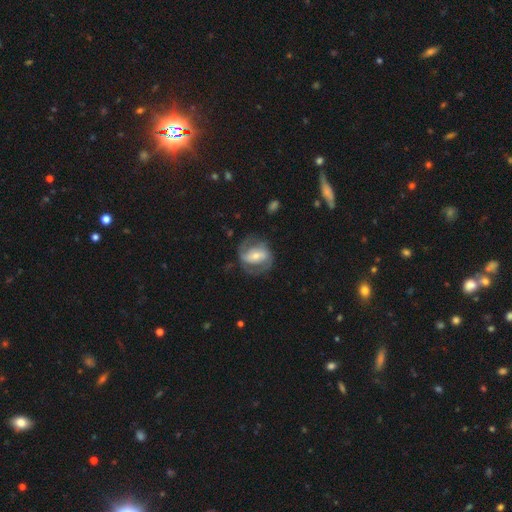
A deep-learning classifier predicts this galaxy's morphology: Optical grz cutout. It shows a featured or disk galaxy (75%) with a strong bar (39%), 2 (84%) medium (49%) spiral arms (85%) and a moderate central bulge (46%). Merging: none (68%).